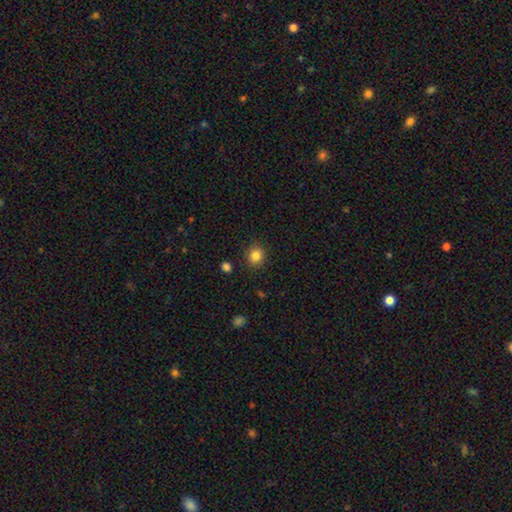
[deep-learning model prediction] smooth-or-featured: smooth: 85% | star or artifact: 11% | featured or disk: 5%
  how-rounded: round: 82% | in between: 17% | cigar-shaped: 1%
  merging: none: 87% | minor disturbance: 8% | major disturbance: 3% | merger: 2%